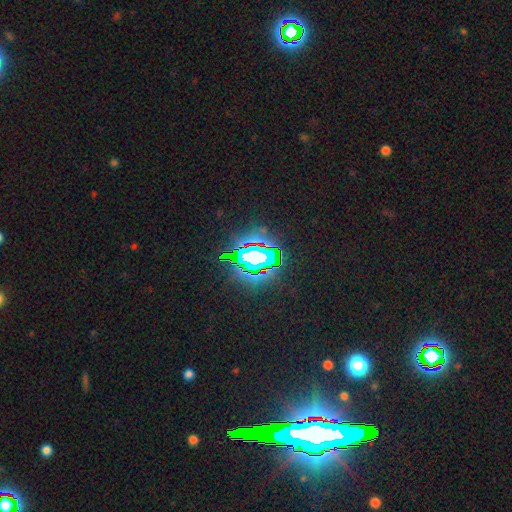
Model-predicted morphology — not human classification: The model was most divided on "smooth or featured": star or artifact: 85%, smooth: 8%, featured or disk: 7%.